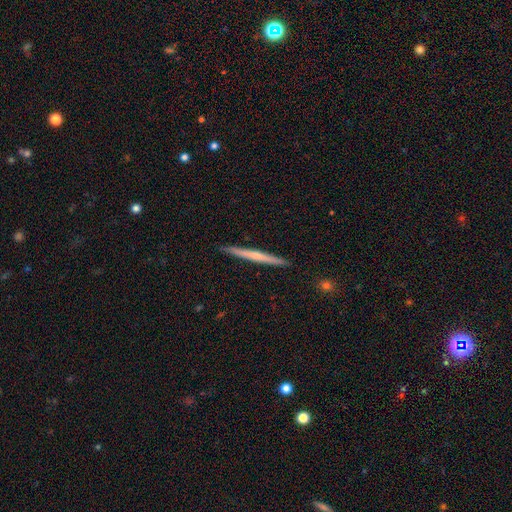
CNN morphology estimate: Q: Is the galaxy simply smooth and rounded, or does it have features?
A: featured or disk — 57%.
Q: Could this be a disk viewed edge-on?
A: yes — 98%.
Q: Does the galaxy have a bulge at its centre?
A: none — 52%.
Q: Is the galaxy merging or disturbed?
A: none — 92%.